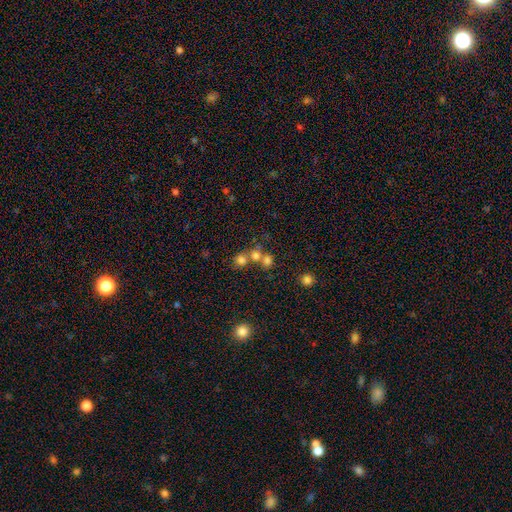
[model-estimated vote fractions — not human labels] This appears to be a smooth galaxy with no disk features (70%) that is round (81%). Merging: merger (46%).